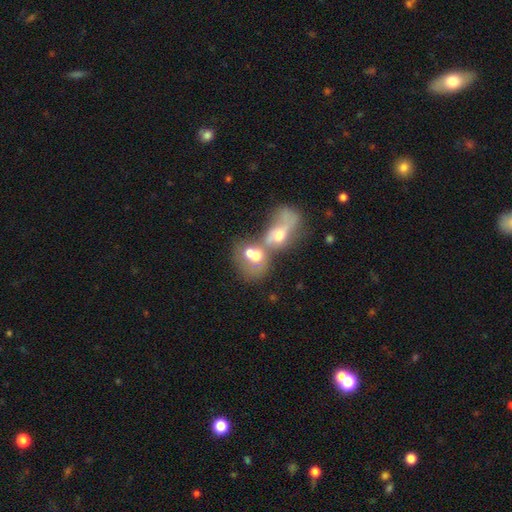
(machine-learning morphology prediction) Overall: smooth (50%; featured or disk 38%). Merging: merger (76%).